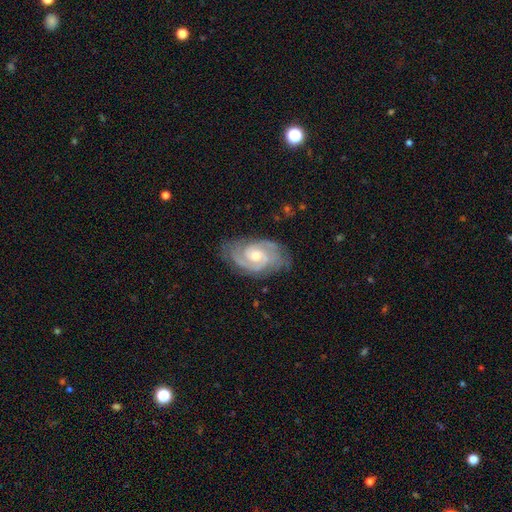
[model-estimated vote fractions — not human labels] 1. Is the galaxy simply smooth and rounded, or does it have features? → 90% featured or disk, 6% smooth, 5% star or artifact.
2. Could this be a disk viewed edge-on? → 97% no, 3% yes.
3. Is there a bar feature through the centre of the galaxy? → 58% no, 35% weak, 7% strong.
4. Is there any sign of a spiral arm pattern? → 98% yes, 2% no.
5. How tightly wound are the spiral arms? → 58% tight, 37% medium, 6% loose.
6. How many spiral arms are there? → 60% 2, 20% 3, 10% can't tell, 4% 4, 3% 1, 3% more than 4.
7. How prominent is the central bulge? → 60% moderate, 35% small, 3% large, 1% none, 1% dominant.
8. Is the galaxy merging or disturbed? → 77% none, 17% minor disturbance, 5% major disturbance, 1% merger.